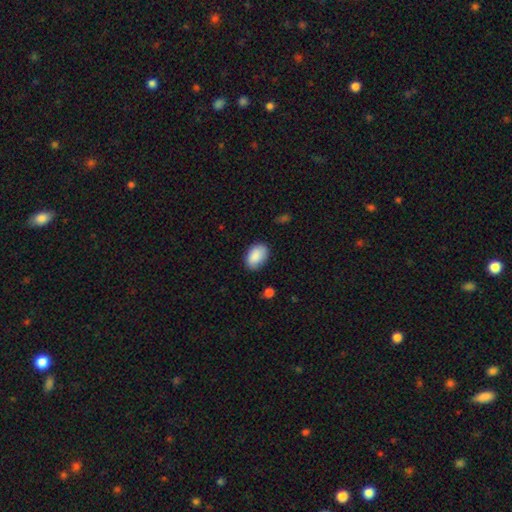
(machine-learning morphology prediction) This is clearly a smooth galaxy (89%). How rounded: clearly in between (88%). Merging: clearly none (82%).